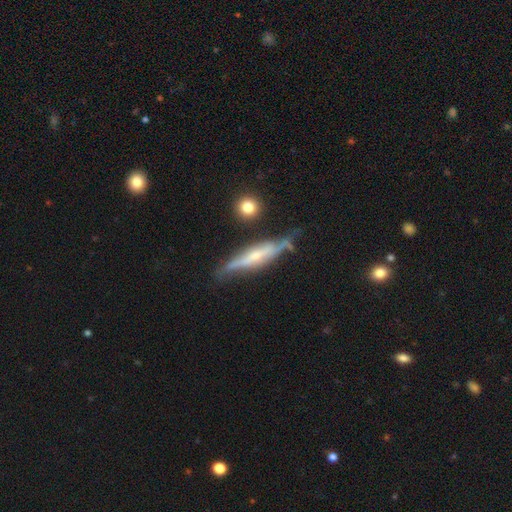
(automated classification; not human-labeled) This appears to be a featured or disk galaxy (73%) viewed edge-on (89%) with a rounded central bulge (61%). Merging: none (66%).